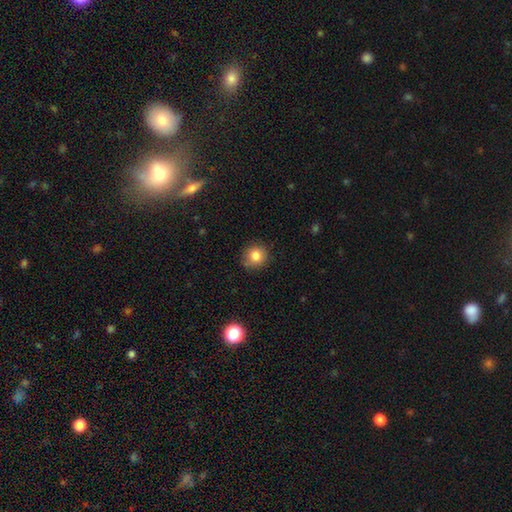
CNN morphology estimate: The model was most divided on "smooth or featured": smooth: 81%, star or artifact: 11%, featured or disk: 7%. More confident: how rounded — round (89%); merging — none (84%).